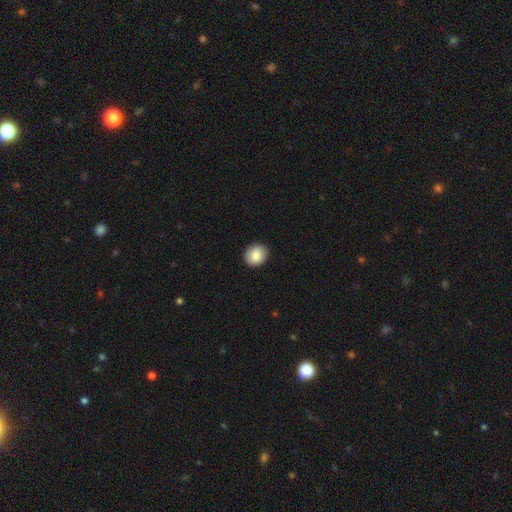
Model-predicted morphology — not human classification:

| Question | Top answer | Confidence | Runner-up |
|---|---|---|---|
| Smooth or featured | smooth | 87% | star or artifact (7%) |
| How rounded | round | 71% | in between (29%) |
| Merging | none | 91% | minor disturbance (7%) |